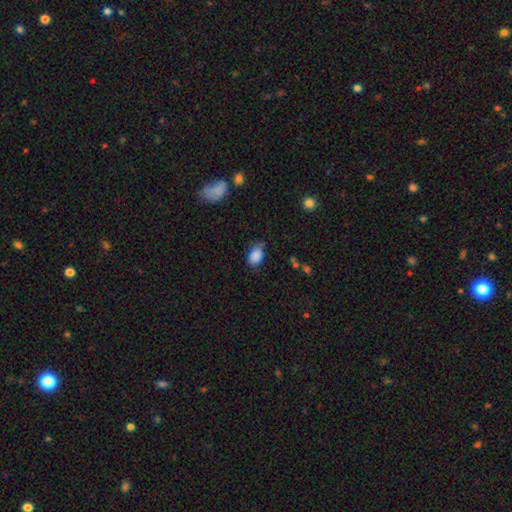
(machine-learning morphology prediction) Smooth or featured? smooth (87%)
How rounded? in between (83%)
Merging? none (65%)